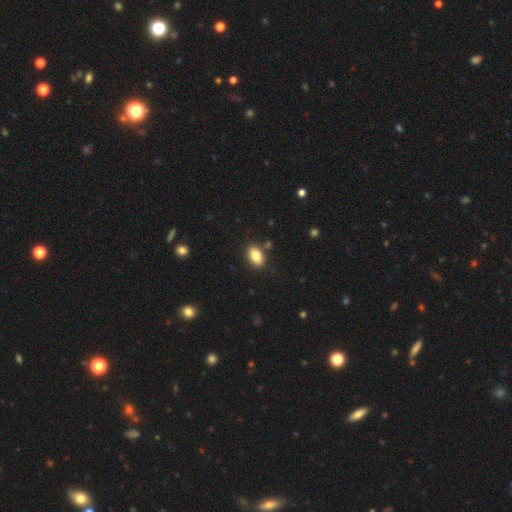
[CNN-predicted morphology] smooth 83%, featured or disk 9%, star or artifact 8%. Down the decision tree: how rounded — in between (89%); merging — none (84%).